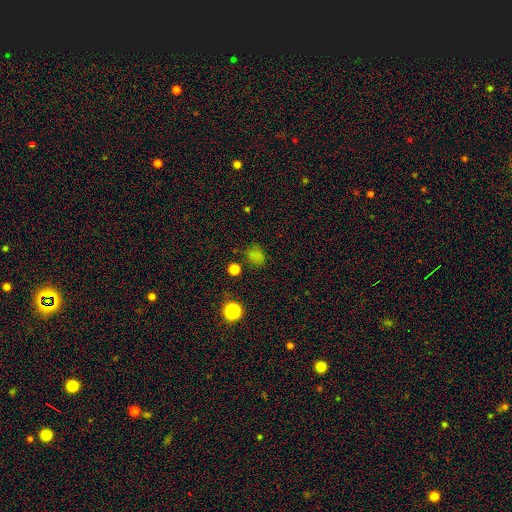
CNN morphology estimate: Smooth or featured: smooth — 69% (star or artifact — 26%)
How rounded: round — 52% (in between — 46%)
Merging: none — 72% (minor disturbance — 17%)